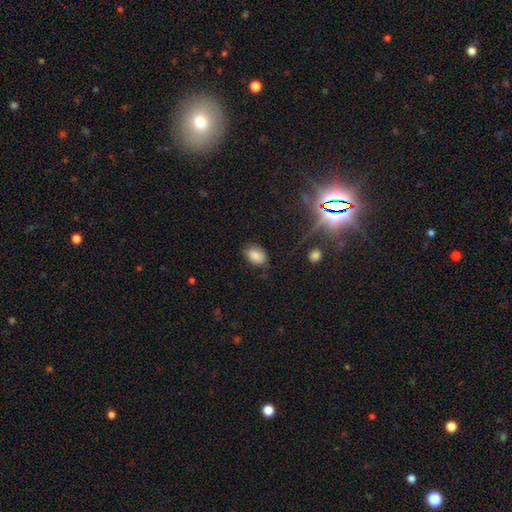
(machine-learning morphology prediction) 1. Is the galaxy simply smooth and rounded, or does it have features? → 83% smooth, 11% star or artifact, 6% featured or disk.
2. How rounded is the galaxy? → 79% in between, 20% round, 1% cigar-shaped.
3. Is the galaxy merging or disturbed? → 71% none, 22% minor disturbance, 5% major disturbance, 2% merger.